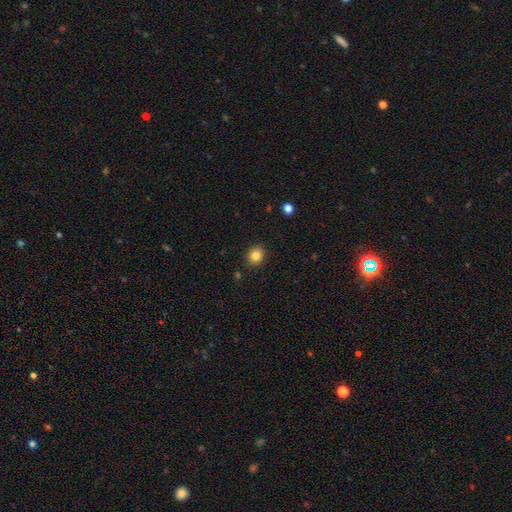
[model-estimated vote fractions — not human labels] smooth_or_featured: smooth (p=0.83) [alt: star or artifact p=0.11]
how_rounded: round (p=0.75) [alt: in between p=0.24]
merging: none (p=0.89) [alt: minor disturbance p=0.08]